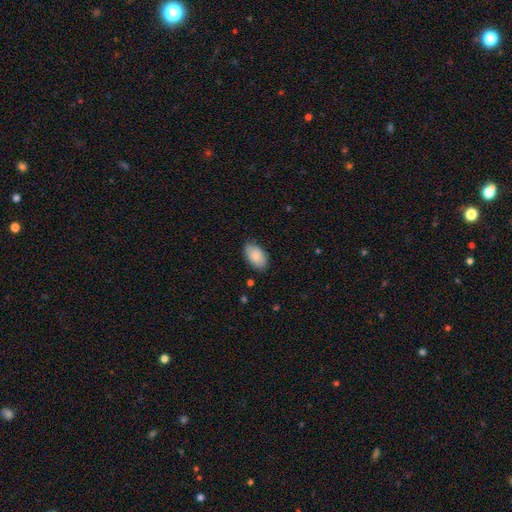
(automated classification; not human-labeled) Smooth or featured? Predicted: smooth (p=0.87). How rounded? Predicted: in between (p=0.93). Merging? Predicted: none (p=0.80).